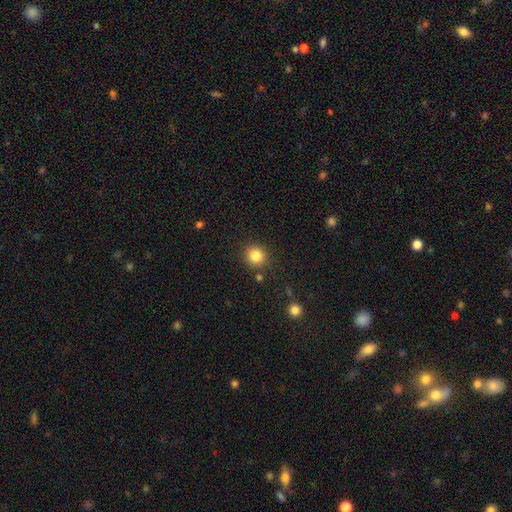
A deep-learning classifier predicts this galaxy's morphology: This is clearly a smooth galaxy (84%). How rounded: clearly round (90%). Merging: clearly none (86%).